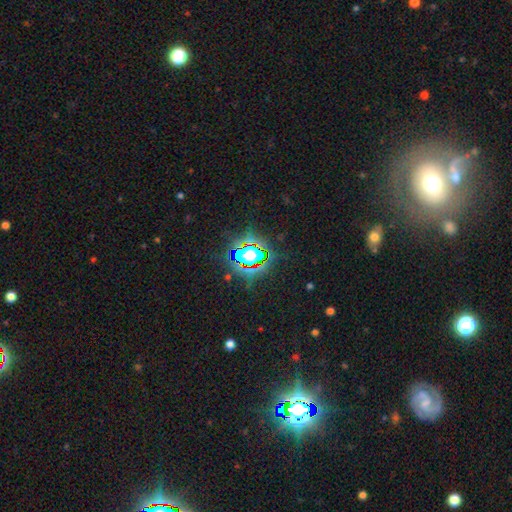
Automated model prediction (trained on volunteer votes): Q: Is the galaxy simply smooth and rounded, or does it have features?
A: star or artifact — 72%.